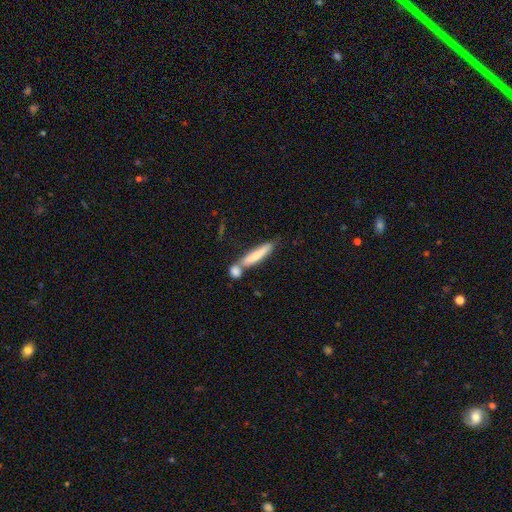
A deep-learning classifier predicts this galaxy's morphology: This appears to be a smooth galaxy with no disk features (71%) that is cigar-shaped (86%). Merging: none (43%).